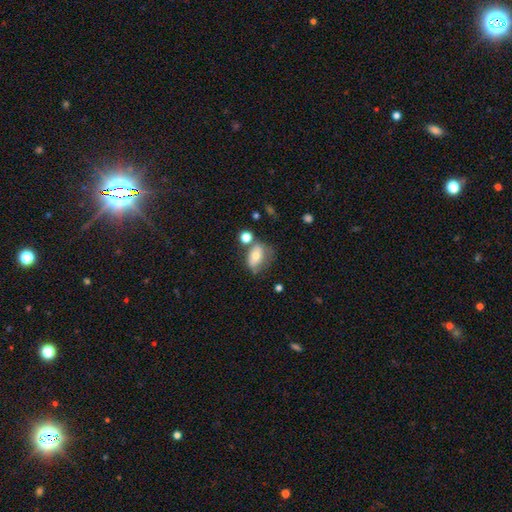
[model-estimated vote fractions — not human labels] smooth 61%, featured or disk 29%, star or artifact 9%. Down the decision tree: how rounded — in between (76%); merging — none (41%).